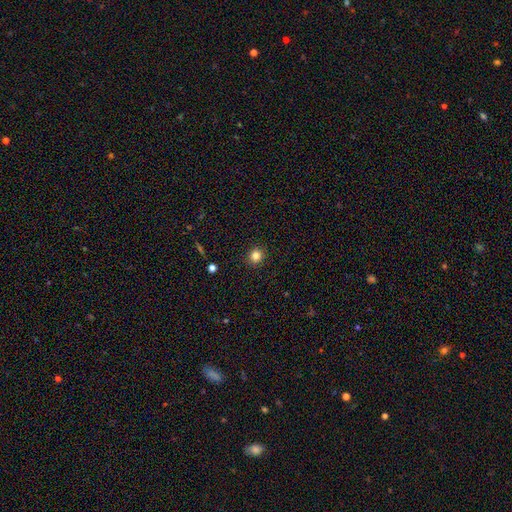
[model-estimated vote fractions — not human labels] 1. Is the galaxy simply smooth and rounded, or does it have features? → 82% smooth, 13% star or artifact, 5% featured or disk.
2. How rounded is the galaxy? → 89% round, 10% in between, 1% cigar-shaped.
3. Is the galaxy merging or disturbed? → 92% none, 6% minor disturbance, 2% major disturbance, 1% merger.